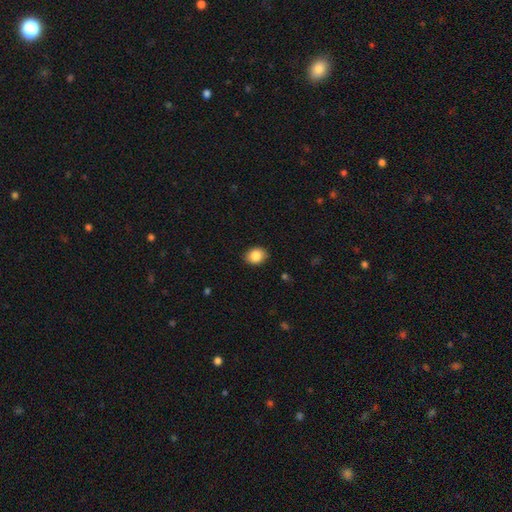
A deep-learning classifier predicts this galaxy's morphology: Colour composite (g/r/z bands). It shows a smooth galaxy with no disk features (86%) that is in between round and cigar-shaped (53%). Merging: none (88%).